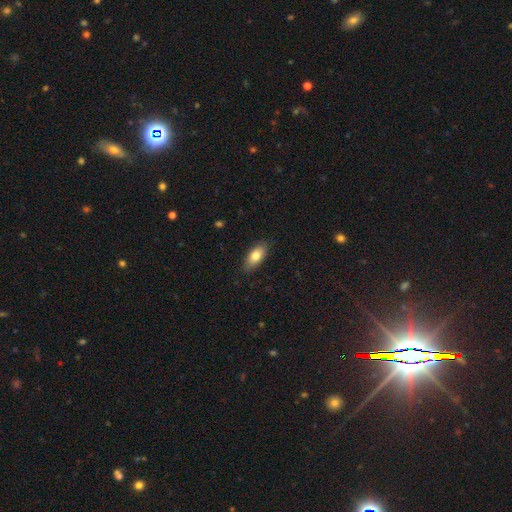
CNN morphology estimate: smooth-or-featured: smooth: 79% | featured or disk: 15% | star or artifact: 7%
  how-rounded: in between: 87% | cigar-shaped: 9% | round: 3%
  merging: none: 84% | minor disturbance: 13% | major disturbance: 2% | merger: 1%